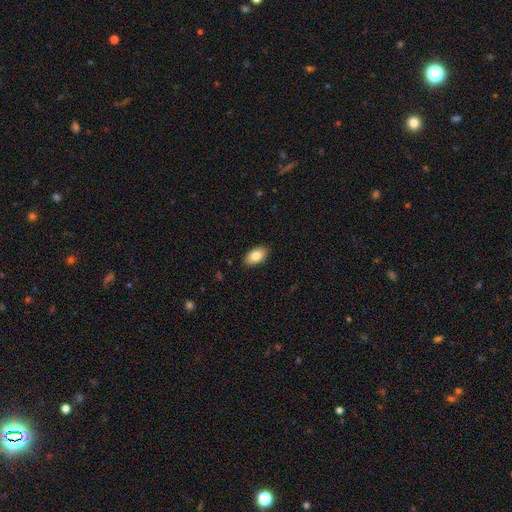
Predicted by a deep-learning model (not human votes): smooth-or-featured: smooth: 83% | featured or disk: 10% | star or artifact: 7%
  how-rounded: in between: 93% | round: 5% | cigar-shaped: 2%
  merging: none: 89% | minor disturbance: 8% | major disturbance: 2% | merger: 1%